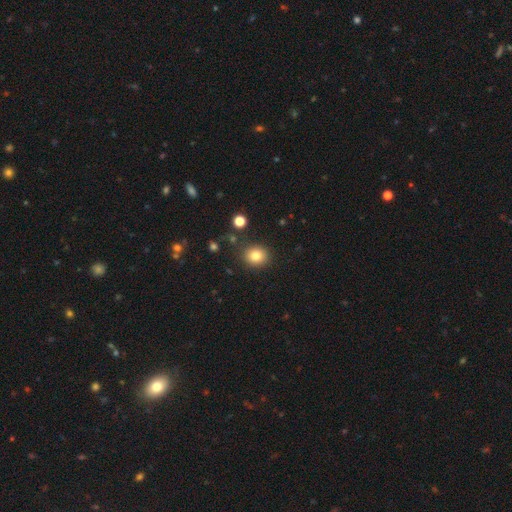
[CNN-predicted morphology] Q: Smooth or featured?
A: smooth (82%); runner-up: star or artifact (11%)
Q: How rounded?
A: round (75%); runner-up: in between (25%)
Q: Merging?
A: none (86%); runner-up: minor disturbance (8%)